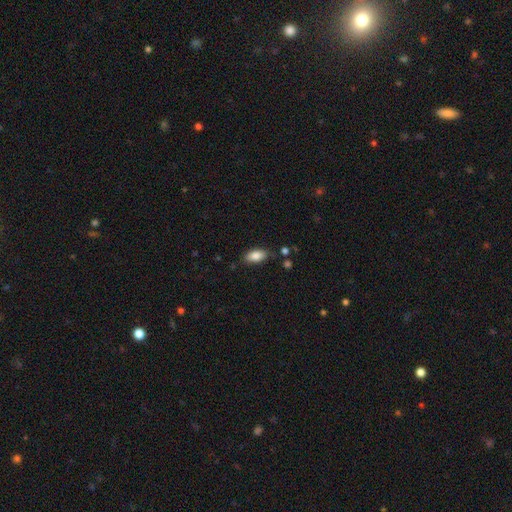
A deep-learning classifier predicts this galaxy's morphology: A smooth galaxy with no disk features (85%) that is in between round and cigar-shaped (90%).

Vote fractions:
- Smooth or featured? smooth: 85% / featured or disk: 8% / star or artifact: 7%
- How rounded? in between: 90% / cigar-shaped: 7% / round: 3%
- Merging? none: 80% / minor disturbance: 14% / major disturbance: 3% / merger: 3%